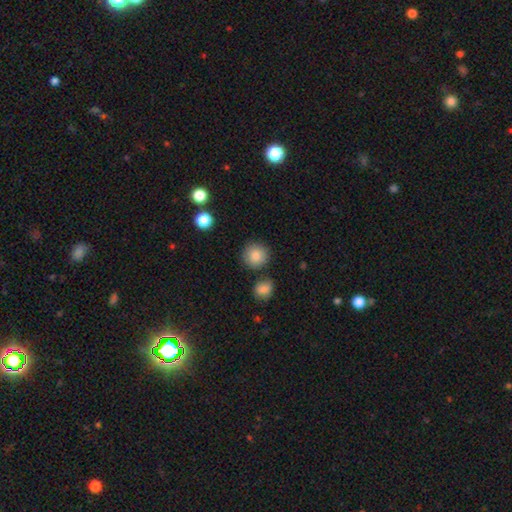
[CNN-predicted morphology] Smooth or featured? Predicted: smooth (p=0.85). How rounded? Predicted: round (p=0.94). Merging? Predicted: none (p=0.84).